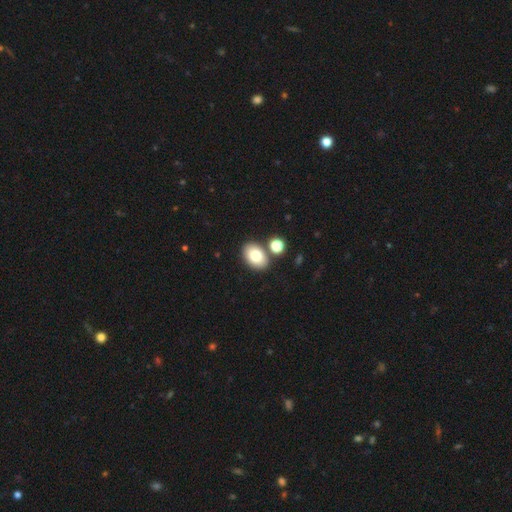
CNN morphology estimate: Smooth or featured? Predicted: smooth (p=0.79). How rounded? Predicted: in between (p=0.83). Merging? Predicted: none (p=0.76).